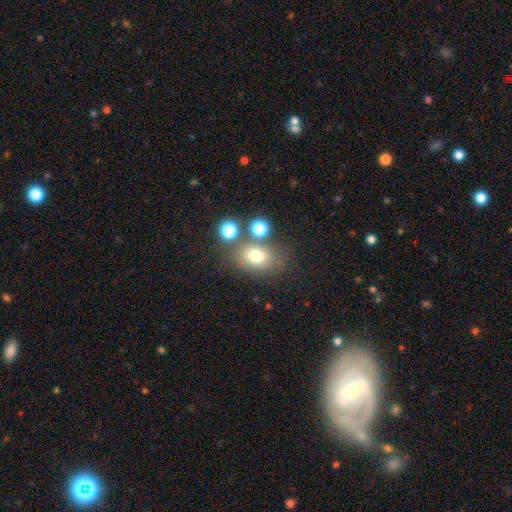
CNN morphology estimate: Q: Smooth or featured?
A: smooth (71%); runner-up: star or artifact (15%)
Q: How rounded?
A: in between (60%); runner-up: round (39%)
Q: Merging?
A: none (62%); runner-up: merger (16%)